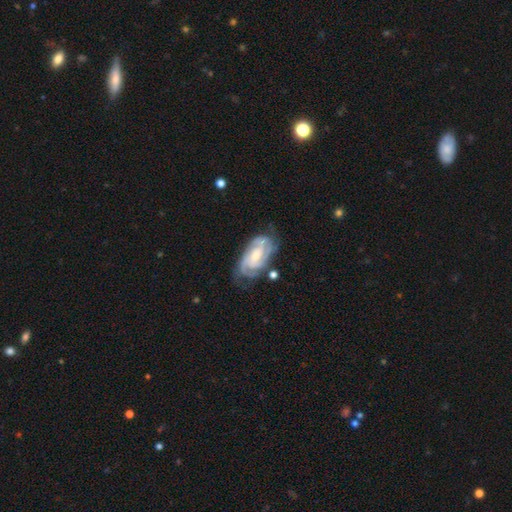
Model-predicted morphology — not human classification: Smooth or featured: featured or disk — 87% (smooth — 8%)
Edge-on disk: no — 96% (yes — 4%)
Bar: no — 43% (weak — 42%)
Spiral arms: yes — 97% (no — 3%)
Spiral winding: tight — 63% (medium — 31%)
Spiral arm count: 3 — 37% (2 — 24%)
Bulge size: moderate — 50% (small — 40%)
Merging: none — 68% (minor disturbance — 21%)